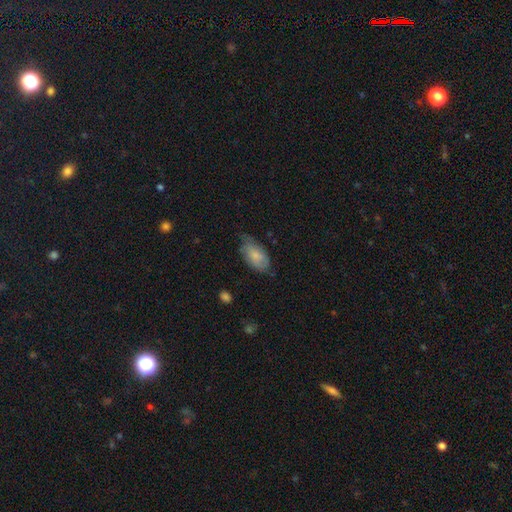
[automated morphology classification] Q: Smooth or featured?
A: smooth (69%); runner-up: featured or disk (25%)
Q: How rounded?
A: in between (93%); runner-up: round (4%)
Q: Merging?
A: none (53%); runner-up: minor disturbance (36%)